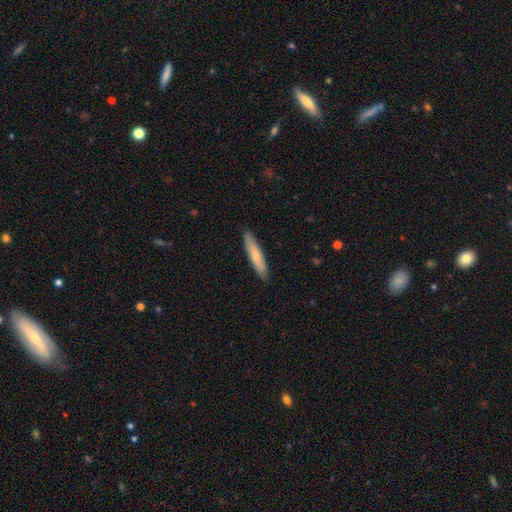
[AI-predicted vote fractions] Q: Smooth or featured?
A: smooth (70%); runner-up: featured or disk (25%)
Q: How rounded?
A: cigar-shaped (88%); runner-up: in between (11%)
Q: Merging?
A: none (89%); runner-up: minor disturbance (9%)